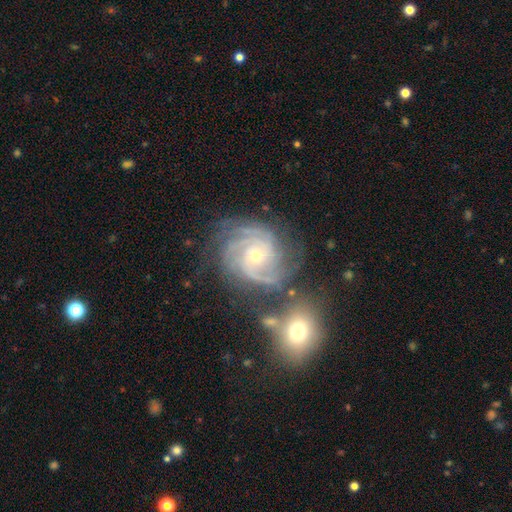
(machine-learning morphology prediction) Smooth or featured? featured or disk (89%)
Edge-on disk? no (98%)
Bar? no (71%)
Spiral arms? yes (98%)
Spiral winding? tight (66%)
Spiral arm count? 3 (37%)
Bulge size? small (58%)
Merging? none (68%)